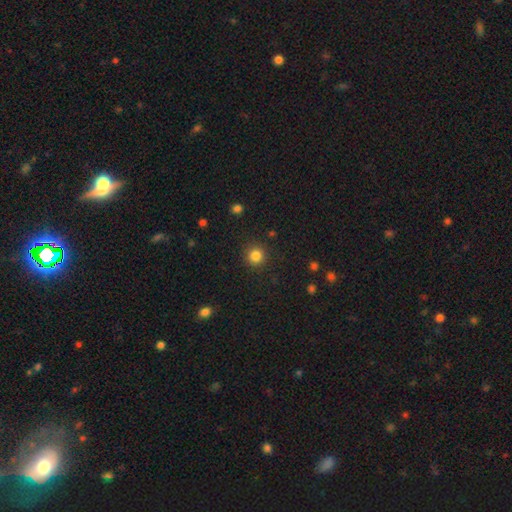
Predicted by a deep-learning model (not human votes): Smooth or featured? smooth (83%)
How rounded? round (94%)
Merging? none (91%)